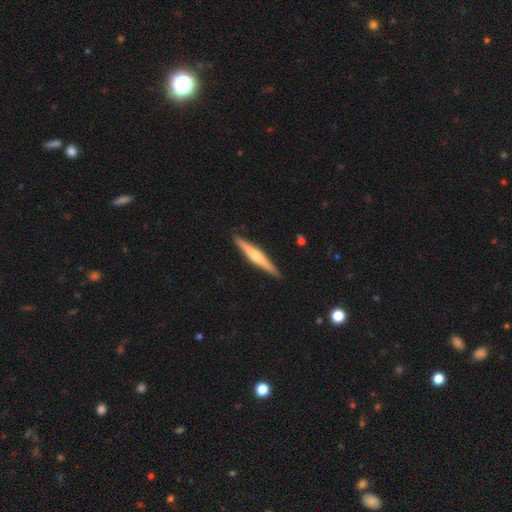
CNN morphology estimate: type=featured or disk (62%); edge-on=yes (97%); edge-on bulge=rounded (76%); merging=none (91%).